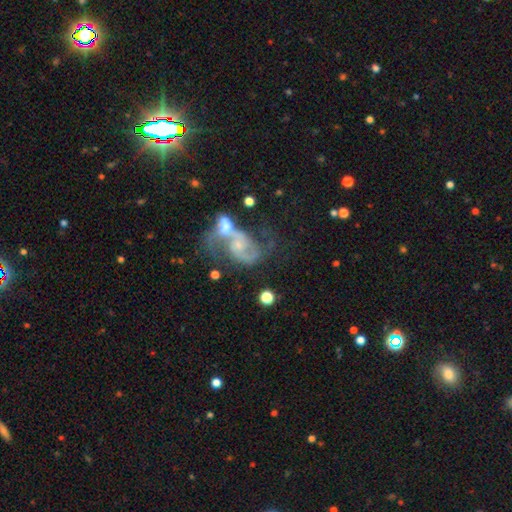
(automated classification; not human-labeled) Smooth or featured: featured or disk — 70% (star or artifact — 18%)
Edge-on disk: no — 96% (yes — 4%)
Bar: no — 49% (weak — 37%)
Spiral arms: yes — 82% (no — 18%)
Spiral winding: loose — 48% (medium — 38%)
Spiral arm count: 2 — 73% (1 — 11%)
Bulge size: small — 51% (moderate — 27%)
Merging: merger — 47% (none — 25%)